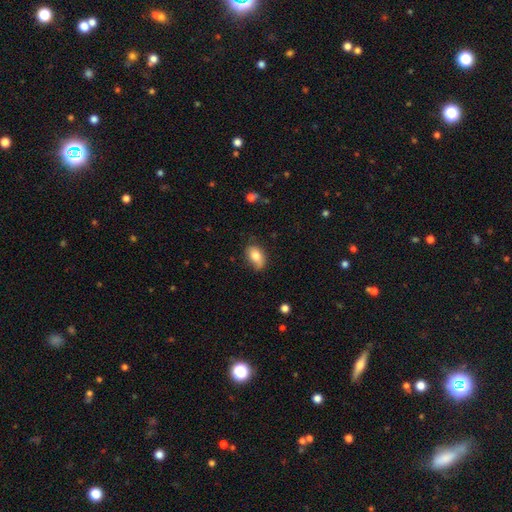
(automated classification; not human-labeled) A smooth galaxy with no disk features (78%) that is in between round and cigar-shaped (88%). Merging: none (61%).